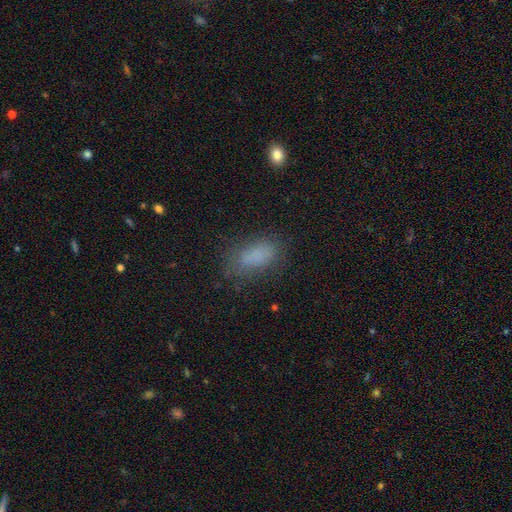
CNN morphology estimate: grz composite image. It shows a smooth galaxy with no disk features (80%) that is in between round and cigar-shaped (83%). Merging: none (73%).